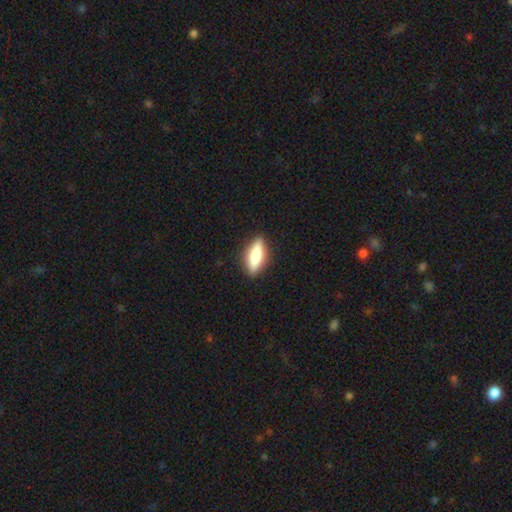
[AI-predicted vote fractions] This appears to be a smooth galaxy with no disk features (72%) that is cigar-shaped (50%). Merging: none (89%).